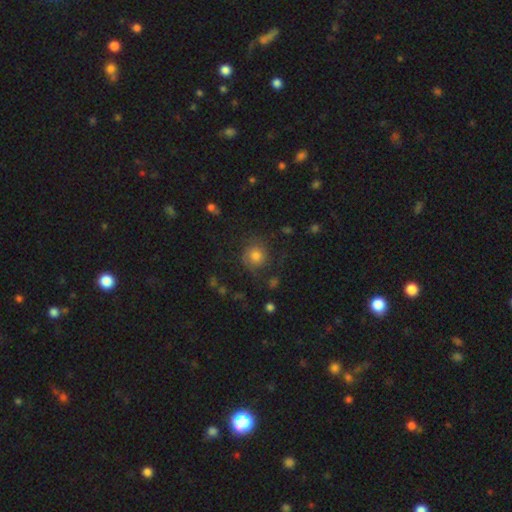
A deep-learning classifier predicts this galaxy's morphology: Smooth or featured?
  - smooth: 57% *
  - featured or disk: 32%
  - star or artifact: 12%
How rounded?
  - round: 88% *
  - in between: 11%
  - cigar-shaped: 1%
Merging?
  - none: 66% *
  - minor disturbance: 18%
  - major disturbance: 14%
  - merger: 2%